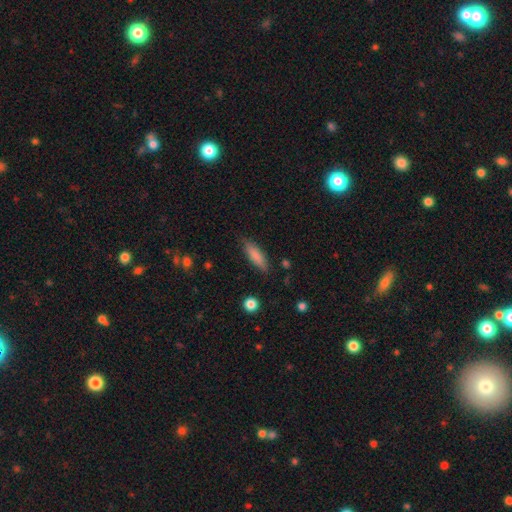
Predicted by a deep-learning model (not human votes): A smooth galaxy with no disk features (83%) that is cigar-shaped (53%). Merging: none (83%).